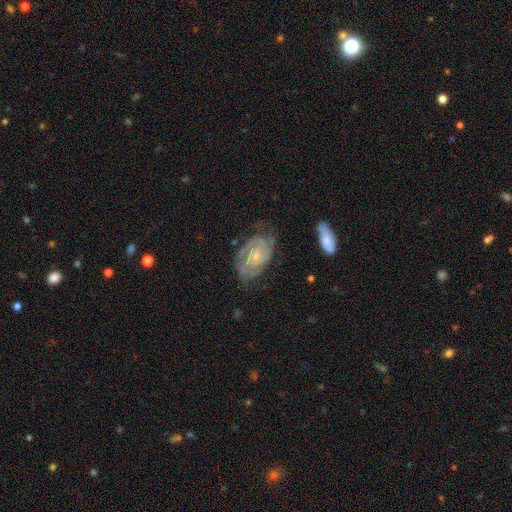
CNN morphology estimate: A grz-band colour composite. It shows a featured or disk galaxy (85%) with no bar (62%), 2 (65%) tight (63%) spiral arms (96%) and a small central bulge (65%). Merging: none (64%).